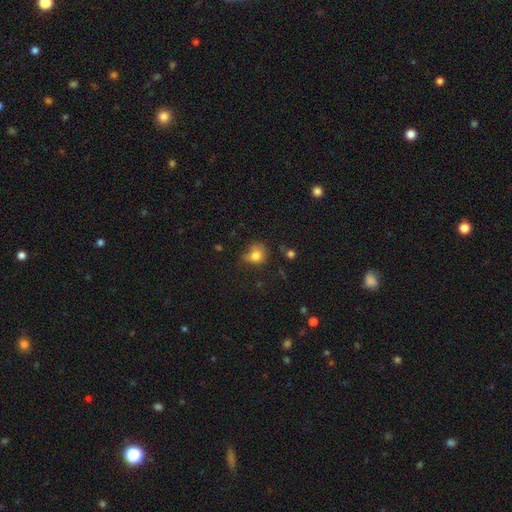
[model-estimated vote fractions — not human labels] A smooth galaxy with no disk features (79%) that is round (64%). Merging: none (44%).